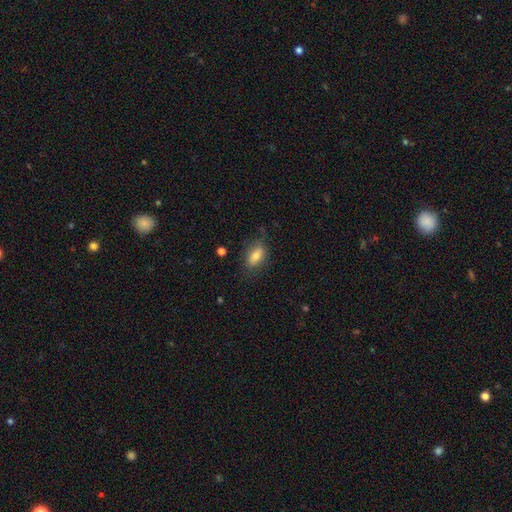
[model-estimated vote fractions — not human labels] smooth 77%, featured or disk 15%, star or artifact 8%. Down the decision tree: how rounded — in between (86%); merging — none (76%).